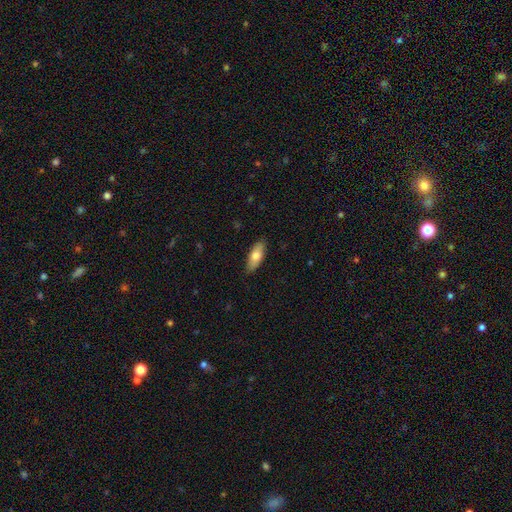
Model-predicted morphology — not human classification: This appears to be a smooth galaxy with no disk features (73%) that is in between round and cigar-shaped (73%). Merging: none (86%).